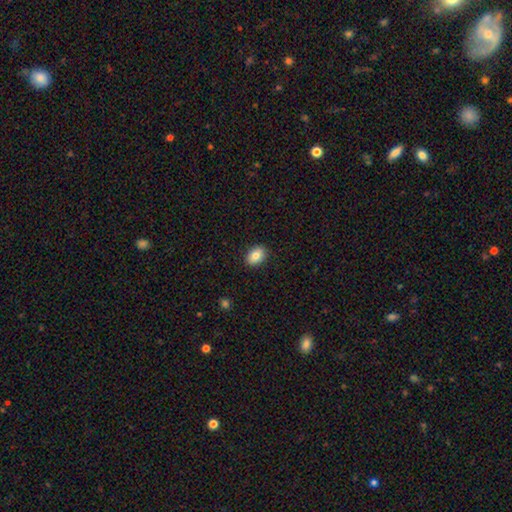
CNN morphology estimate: Smooth or featured: smooth — 82% (featured or disk — 10%)
How rounded: in between — 80% (round — 18%)
Merging: none — 90% (minor disturbance — 7%)